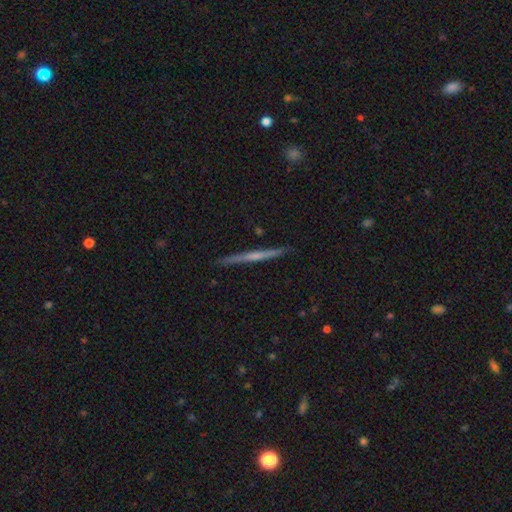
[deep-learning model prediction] Q: Smooth or featured?
A: featured or disk (63%); runner-up: smooth (31%)
Q: Edge-on disk?
A: yes (98%); runner-up: no (2%)
Q: Edge-on bulge?
A: none (61%); runner-up: rounded (32%)
Q: Merging?
A: none (90%); runner-up: minor disturbance (7%)